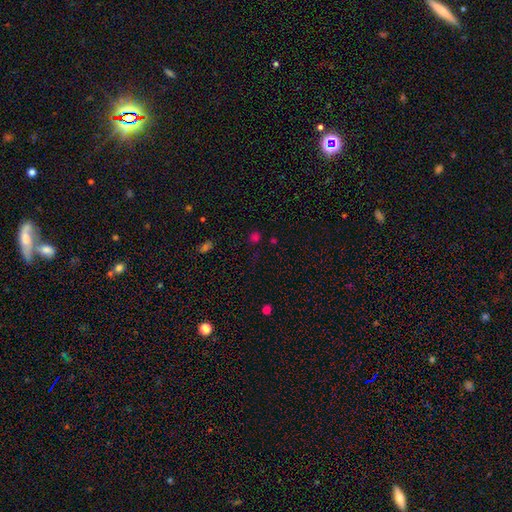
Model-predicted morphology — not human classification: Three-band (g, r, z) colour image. It shows a smooth galaxy with no disk features (55%) that is round (82%). Merging: none (80%).